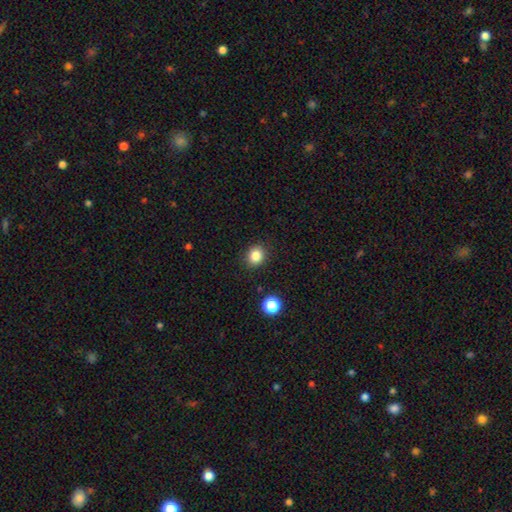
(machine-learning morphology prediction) Smooth or featured? smooth (84%)
How rounded? round (72%)
Merging? none (89%)